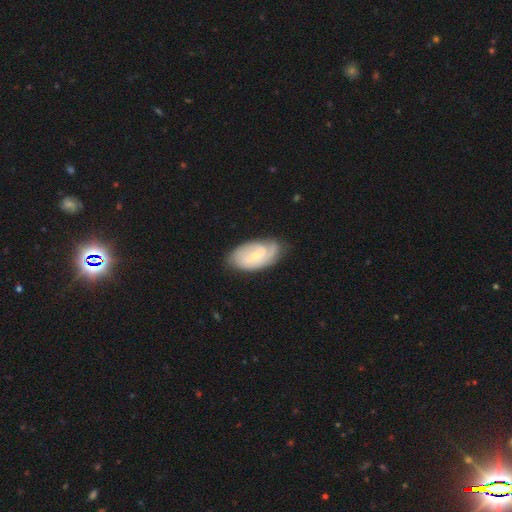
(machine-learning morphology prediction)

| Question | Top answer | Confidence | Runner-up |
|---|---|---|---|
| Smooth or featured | featured or disk | 74% | smooth (21%) |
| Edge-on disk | no | 95% | yes (5%) |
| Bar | no | 53% | weak (39%) |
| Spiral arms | yes | 93% | no (7%) |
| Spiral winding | tight | 53% | medium (36%) |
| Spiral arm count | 2 | 37% | can't tell (28%) |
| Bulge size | small | 65% | moderate (31%) |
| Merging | none | 73% | minor disturbance (20%) |